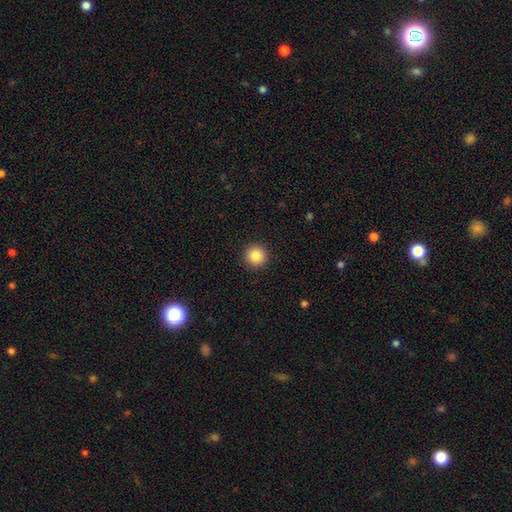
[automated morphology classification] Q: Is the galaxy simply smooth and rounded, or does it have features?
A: smooth — 85%.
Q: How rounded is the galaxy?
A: round — 96%.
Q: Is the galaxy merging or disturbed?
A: none — 93%.